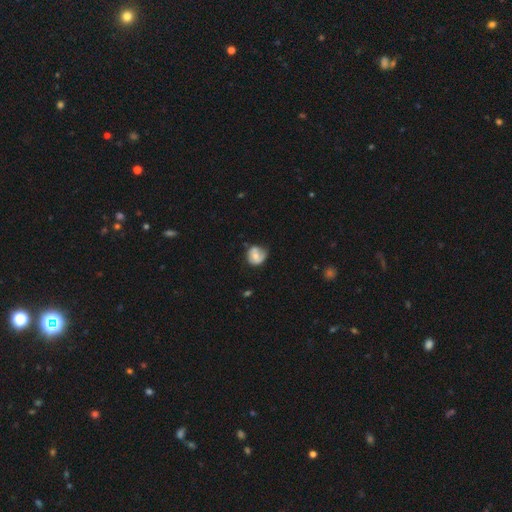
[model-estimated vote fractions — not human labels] Q: Smooth or featured?
A: smooth (55%); runner-up: featured or disk (37%)
Q: How rounded?
A: round (74%); runner-up: in between (25%)
Q: Merging?
A: none (51%); runner-up: minor disturbance (34%)